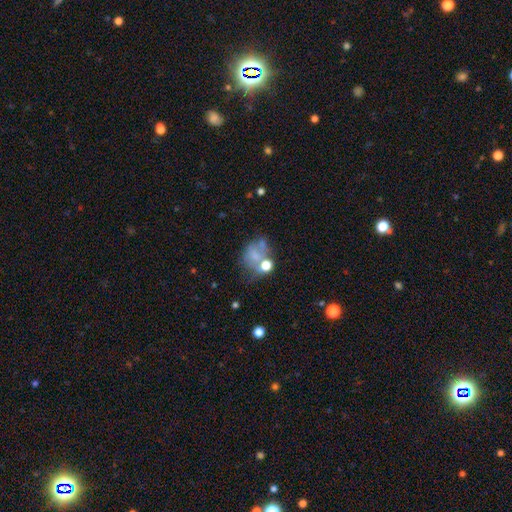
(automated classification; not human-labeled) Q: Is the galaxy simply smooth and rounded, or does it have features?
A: smooth — 49%.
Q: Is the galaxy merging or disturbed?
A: none — 31%.